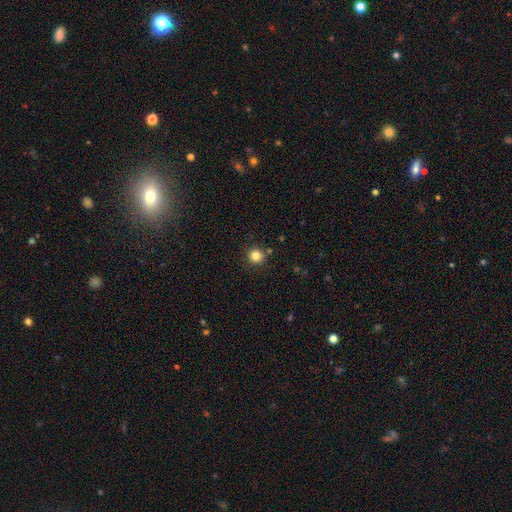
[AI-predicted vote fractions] smooth-or-featured: smooth: 82% | star or artifact: 13% | featured or disk: 5%
  how-rounded: round: 94% | in between: 5% | cigar-shaped: 1%
  merging: none: 87% | minor disturbance: 7% | merger: 4% | major disturbance: 2%